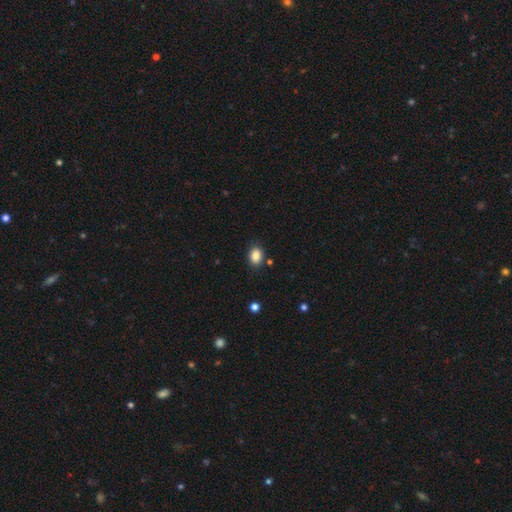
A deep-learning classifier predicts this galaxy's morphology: Smooth or featured: smooth — 86% (star or artifact — 9%)
How rounded: in between — 66% (round — 33%)
Merging: none — 84% (minor disturbance — 11%)